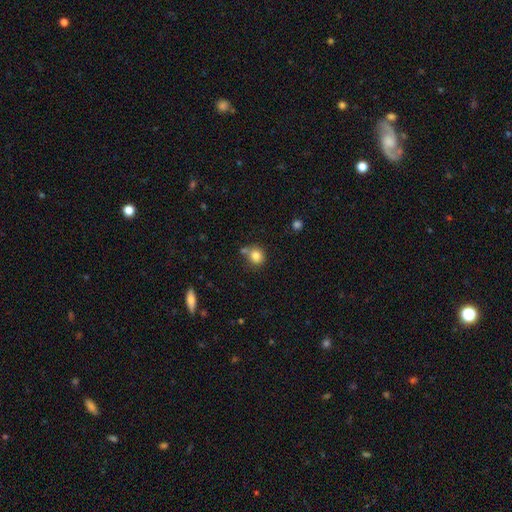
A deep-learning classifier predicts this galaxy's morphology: This is clearly a smooth galaxy (82%). How rounded: clearly round (84%). Merging: likely none (64%).